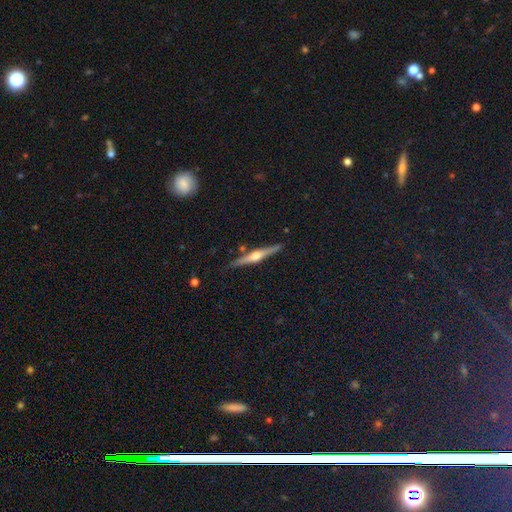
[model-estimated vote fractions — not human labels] Smooth or featured?
  - featured or disk: 73% *
  - smooth: 21%
  - star or artifact: 6%
Edge-on disk?
  - yes: 98% *
  - no: 2%
Edge-on bulge?
  - rounded: 92% *
  - boxy: 4%
  - none: 4%
Merging?
  - none: 86% *
  - minor disturbance: 10%
  - merger: 3%
  - major disturbance: 2%